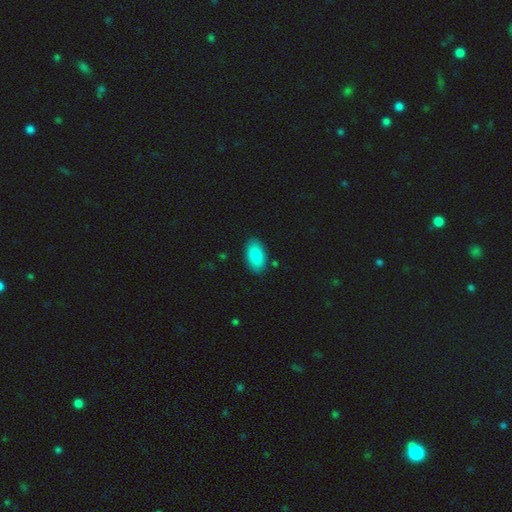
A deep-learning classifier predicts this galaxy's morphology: Smooth or featured? Predicted: smooth (p=0.89). How rounded? Predicted: in between (p=0.95). Merging? Predicted: none (p=0.87).